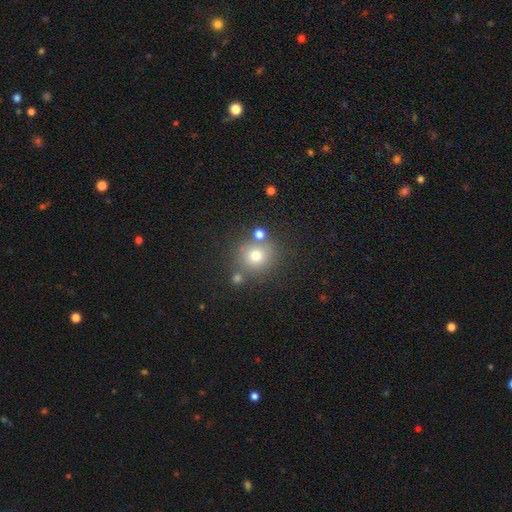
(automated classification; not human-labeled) A smooth galaxy with no disk features (72%) that is round (88%). Merging: none (72%).